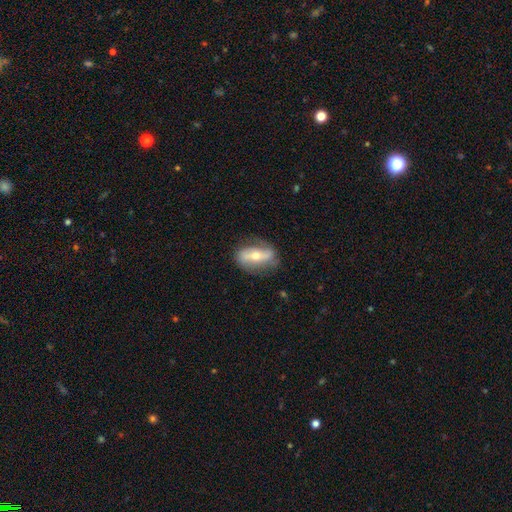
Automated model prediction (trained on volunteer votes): Overall: featured or disk (65%; smooth 28%). Edge-on disk: no (79%). Bar: strong (52%; no 26%). Spiral arms: yes (65%; no 35%). Bulge size: moderate (60%; small 35%). Merging: none (74%).